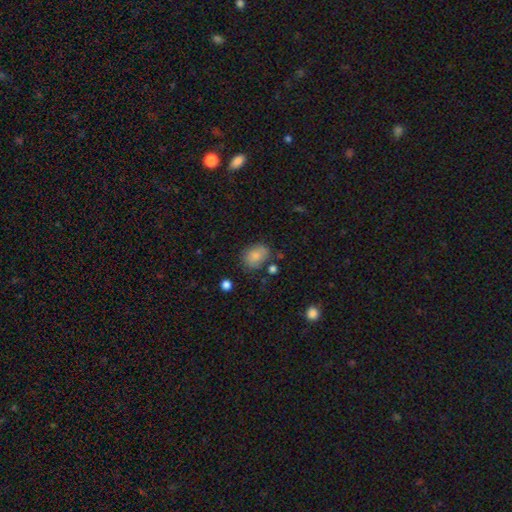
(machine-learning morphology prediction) smooth 79%, featured or disk 12%, star or artifact 9%. Down the decision tree: how rounded — in between (60%); merging — none (68%).